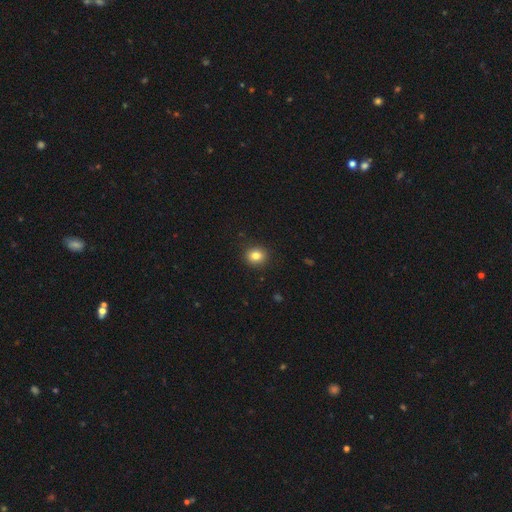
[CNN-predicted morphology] This appears to be a smooth galaxy with no disk features (83%) that is round (82%). Merging: none (91%).